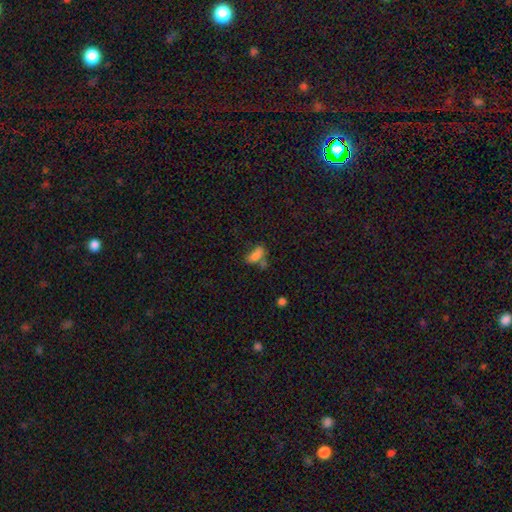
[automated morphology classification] Smooth or featured? smooth (71%)
How rounded? in between (81%)
Merging? none (33%)